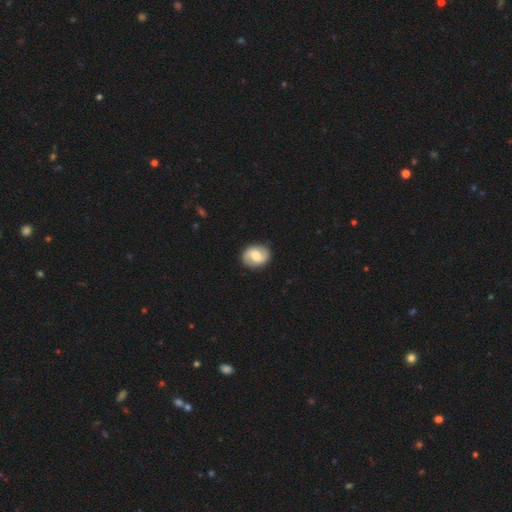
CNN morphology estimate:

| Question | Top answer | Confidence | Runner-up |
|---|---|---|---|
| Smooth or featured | featured or disk | 47% | smooth (46%) |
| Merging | none | 87% | minor disturbance (9%) |